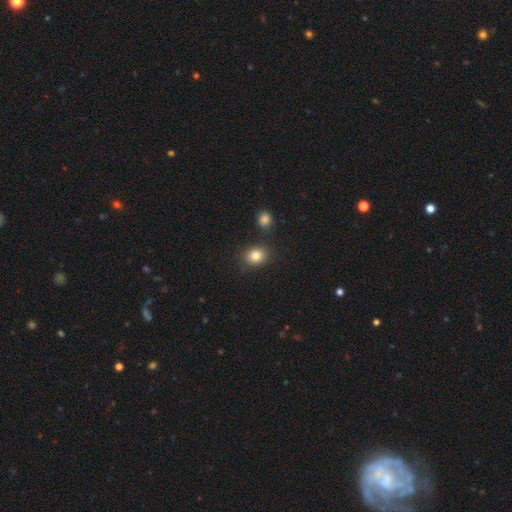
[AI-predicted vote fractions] Smooth or featured? Predicted: smooth (p=0.84). How rounded? Predicted: round (p=0.65). Merging? Predicted: none (p=0.81).